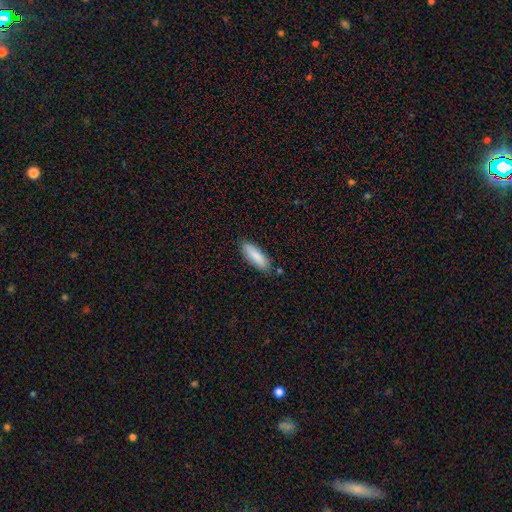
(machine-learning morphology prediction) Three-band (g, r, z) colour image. It shows a smooth galaxy with no disk features (85%) that is in between round and cigar-shaped (51%). Merging: none (83%).